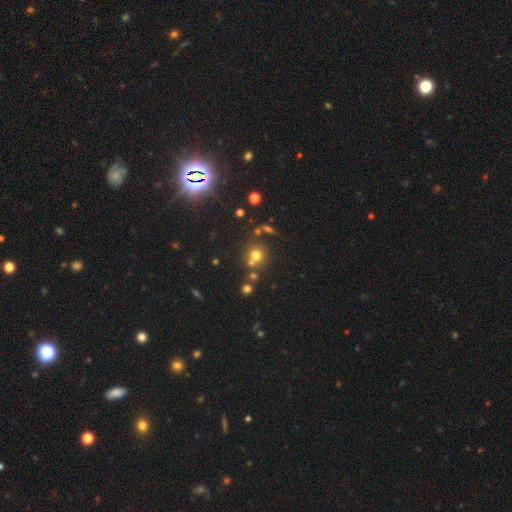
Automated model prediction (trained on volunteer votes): Smooth or featured? smooth (66%)
How rounded? round (89%)
Merging? none (63%)